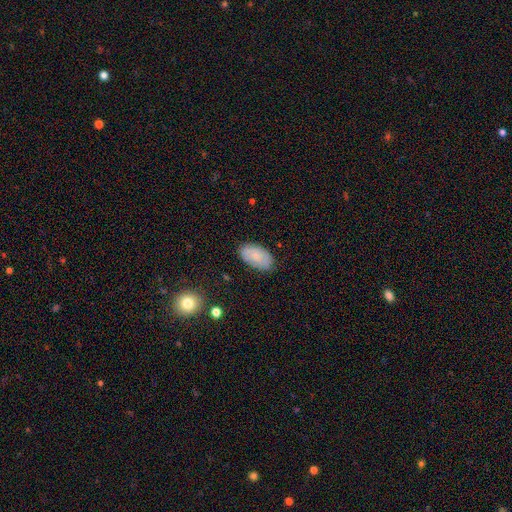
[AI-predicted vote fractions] Overall: smooth (74%). How rounded: in between (94%). Merging: none (83%).